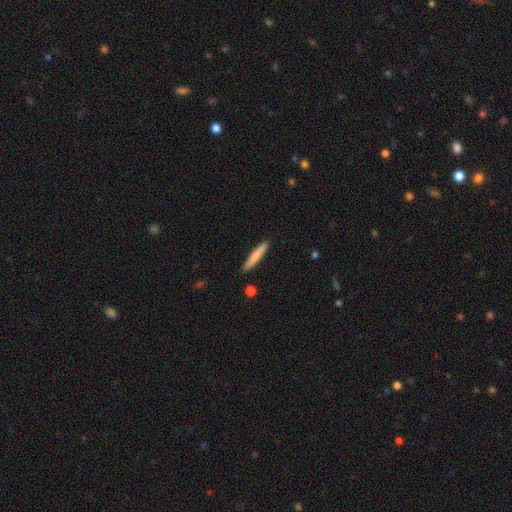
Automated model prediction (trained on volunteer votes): A smooth galaxy with no disk features (78%) that is cigar-shaped (93%). Merging: none (90%).